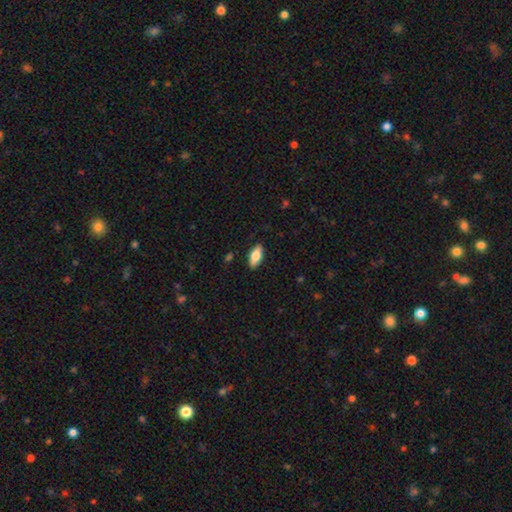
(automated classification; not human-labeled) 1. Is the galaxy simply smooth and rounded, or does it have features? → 74% smooth, 20% featured or disk, 6% star or artifact.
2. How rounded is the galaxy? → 84% in between, 13% cigar-shaped, 2% round.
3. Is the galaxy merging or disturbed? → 87% none, 10% minor disturbance, 2% major disturbance, 1% merger.